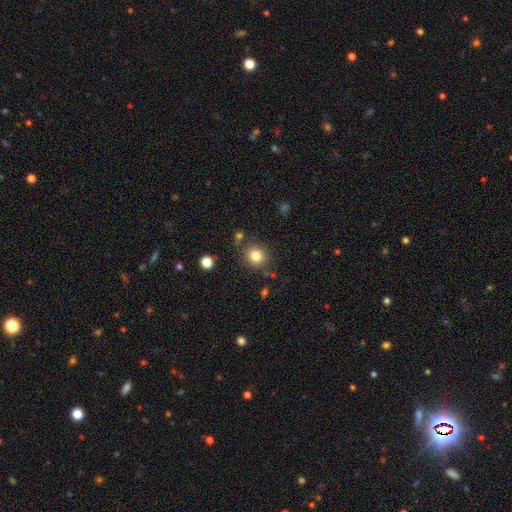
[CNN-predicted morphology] A smooth galaxy with no disk features (82%) that is round (87%).

Vote fractions:
- Smooth or featured? smooth: 82% / star or artifact: 11% / featured or disk: 7%
- How rounded? round: 87% / in between: 12% / cigar-shaped: 1%
- Merging? none: 81% / minor disturbance: 10% / merger: 6% / major disturbance: 4%